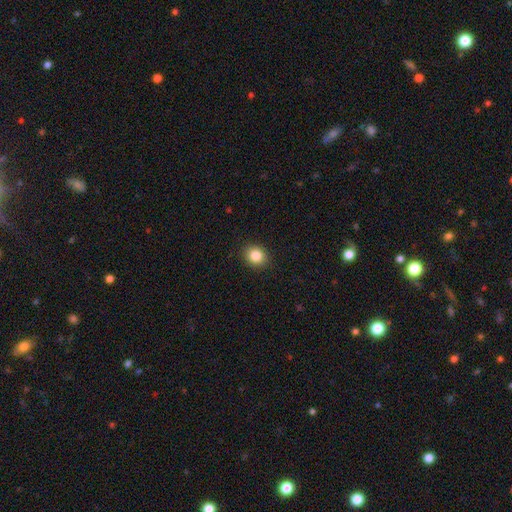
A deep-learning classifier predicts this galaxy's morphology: Smooth or featured: smooth — 85% (star or artifact — 10%)
How rounded: round — 63% (in between — 36%)
Merging: none — 90% (minor disturbance — 7%)